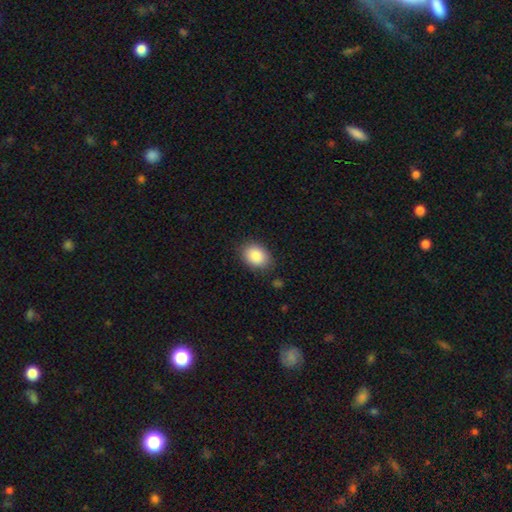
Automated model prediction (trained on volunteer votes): Q: Smooth or featured?
A: smooth (87%); runner-up: star or artifact (7%)
Q: How rounded?
A: in between (73%); runner-up: round (26%)
Q: Merging?
A: none (83%); runner-up: minor disturbance (12%)